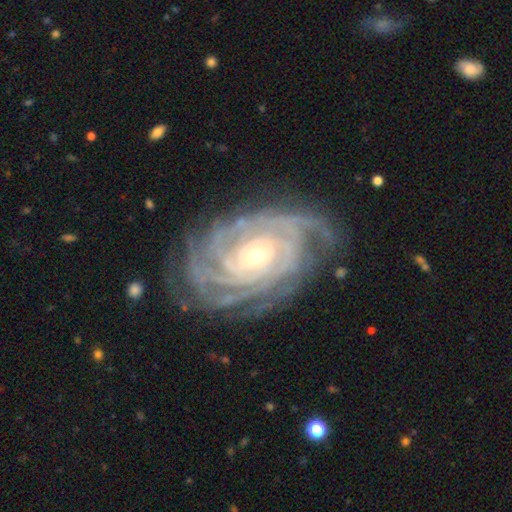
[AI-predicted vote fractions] Overall: featured or disk (92%). Edge-on disk: no (97%). Bar: no (72%). Spiral arms: yes (98%). Spiral arm count: more than 4 (26%, tied with 4). Spiral winding: tight (82%). Bulge size: small (63%; moderate 33%). Merging: none (74%).